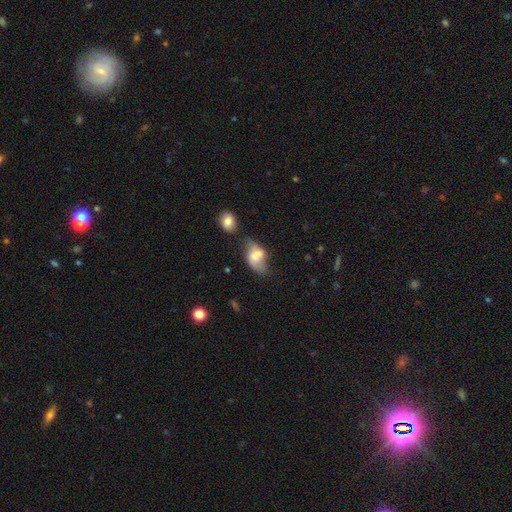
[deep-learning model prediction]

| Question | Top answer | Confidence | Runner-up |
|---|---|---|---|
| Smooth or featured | smooth | 51% | featured or disk (40%) |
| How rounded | in between | 86% | round (10%) |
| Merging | none | 35% | merger (26%) |